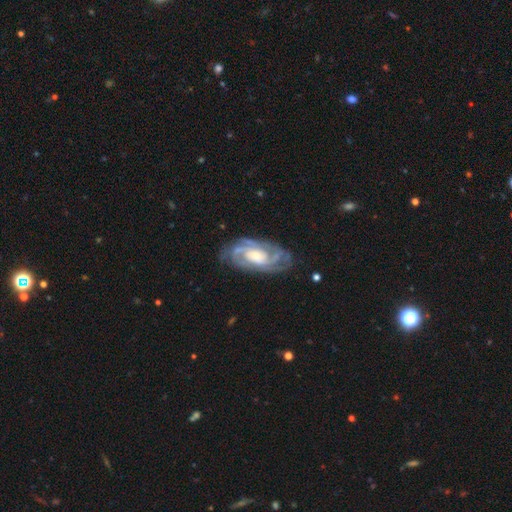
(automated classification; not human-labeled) Smooth or featured: featured or disk — 87% (smooth — 8%)
Edge-on disk: no — 95% (yes — 5%)
Bar: no — 60% (weak — 31%)
Spiral arms: yes — 97% (no — 3%)
Spiral winding: tight — 62% (medium — 32%)
Spiral arm count: 3 — 30% (2 — 26%)
Bulge size: moderate — 53% (small — 27%)
Merging: none — 76% (minor disturbance — 17%)